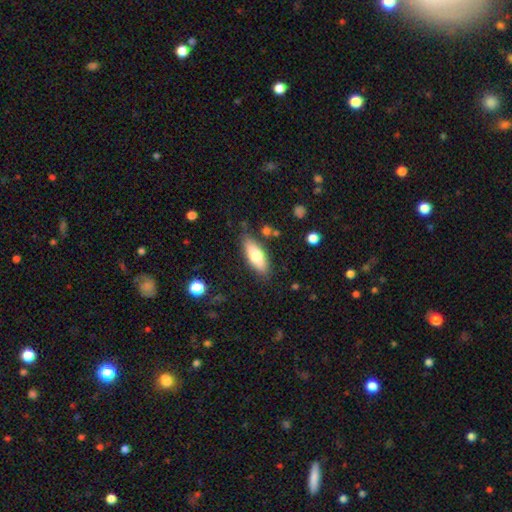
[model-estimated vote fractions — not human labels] Q: Smooth or featured?
A: smooth (74%); runner-up: featured or disk (20%)
Q: How rounded?
A: in between (70%); runner-up: cigar-shaped (28%)
Q: Merging?
A: none (82%); runner-up: minor disturbance (12%)